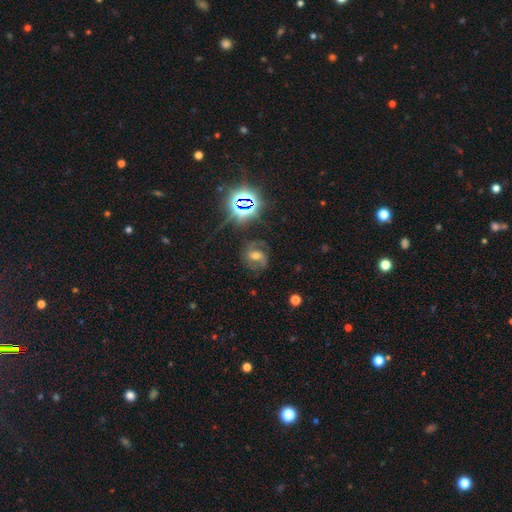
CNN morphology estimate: Smooth or featured? featured or disk (62%)
Edge-on disk? no (96%)
Bar? weak (39%)
Spiral arms? yes (90%)
Spiral winding? medium (50%)
Spiral arm count? 2 (77%)
Bulge size? moderate (66%)
Merging? none (70%)